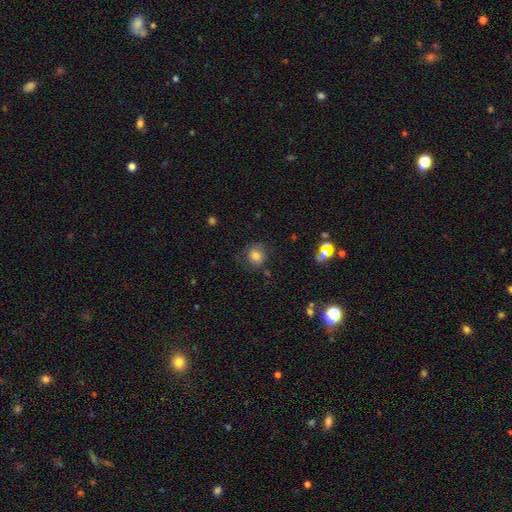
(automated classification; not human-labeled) Q: Smooth or featured?
A: smooth (75%); runner-up: star or artifact (13%)
Q: How rounded?
A: round (81%); runner-up: in between (18%)
Q: Merging?
A: none (71%); runner-up: minor disturbance (18%)